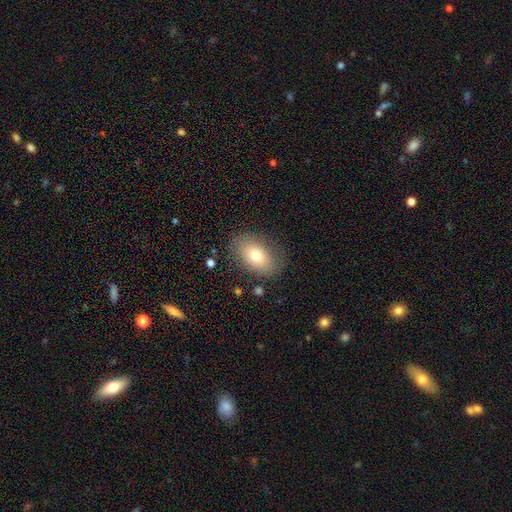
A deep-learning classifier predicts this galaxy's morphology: type=smooth (71%); roundness=in between (85%); merging=none (79%).